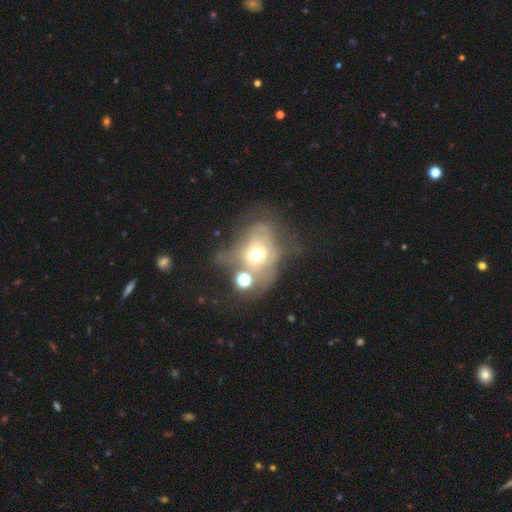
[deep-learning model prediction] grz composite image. It shows a featured or disk galaxy (47%). Merging: major disturbance (32%).